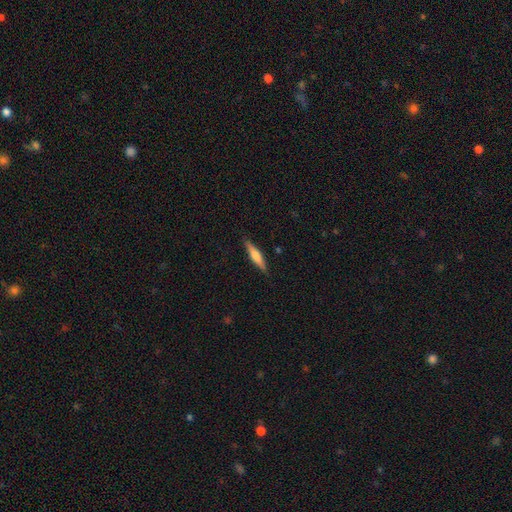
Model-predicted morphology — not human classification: The model was most divided on "smooth or featured": smooth: 53%, featured or disk: 42%, star or artifact: 6%. More confident: merging — none (89%); how rounded — cigar-shaped (84%).